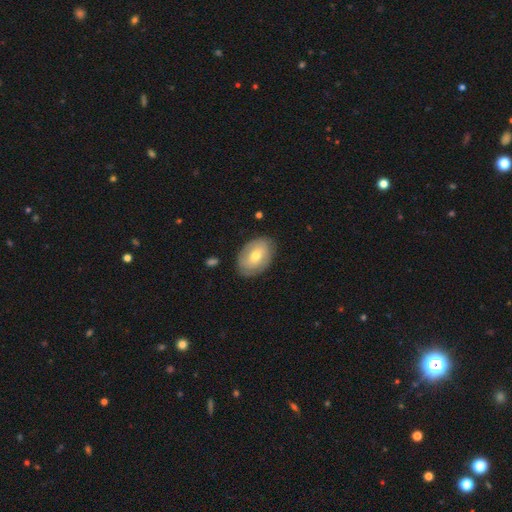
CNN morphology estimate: This is possibly a smooth galaxy (57%). How rounded: clearly in between (84%). Merging: clearly none (81%).